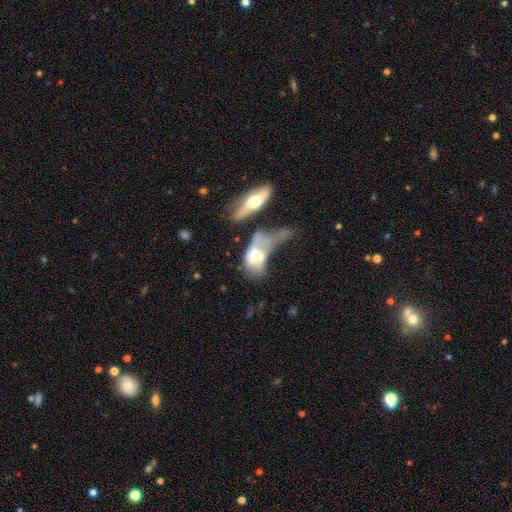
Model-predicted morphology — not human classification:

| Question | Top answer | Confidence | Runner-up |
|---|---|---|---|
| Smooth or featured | smooth | 48% | featured or disk (43%) |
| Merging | merger | 48% | major disturbance (32%) |